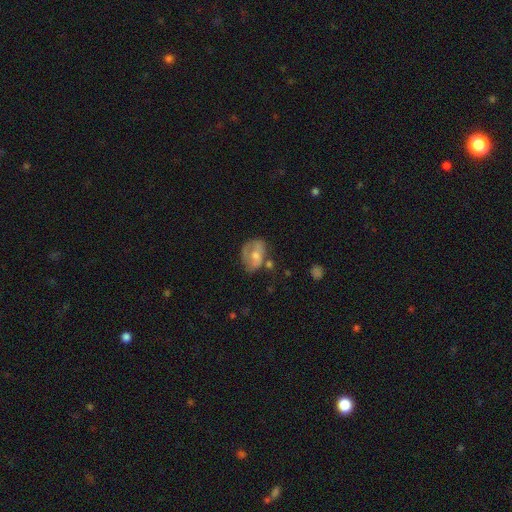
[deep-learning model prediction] Smooth or featured?
  - smooth: 50% *
  - featured or disk: 42%
  - star or artifact: 8%
Merging?
  - none: 40% *
  - minor disturbance: 31%
  - major disturbance: 20%
  - merger: 10%